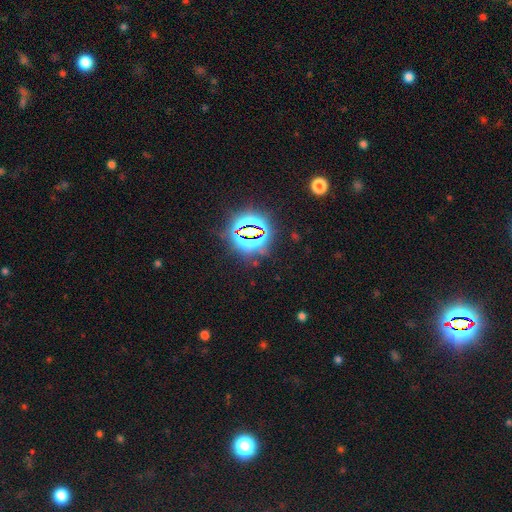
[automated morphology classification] smooth_or_featured: star or artifact (p=0.83) [alt: smooth p=0.10]